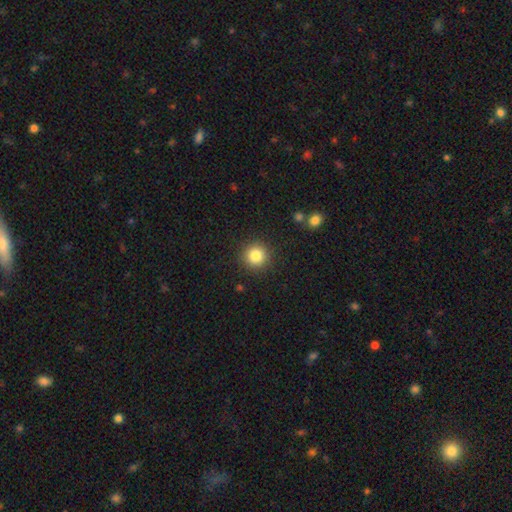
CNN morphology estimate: type=smooth (84%); roundness=round (94%); merging=none (90%).